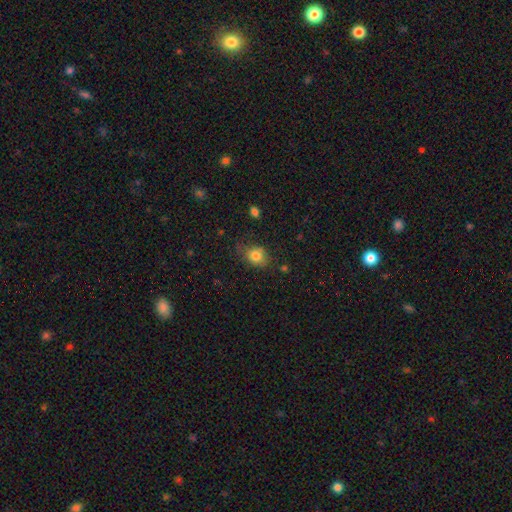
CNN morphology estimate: Smooth or featured?
  - smooth: 81% *
  - star or artifact: 11%
  - featured or disk: 9%
How rounded?
  - in between: 50% *
  - round: 48%
  - cigar-shaped: 1%
Merging?
  - none: 66% *
  - minor disturbance: 24%
  - major disturbance: 7%
  - merger: 3%